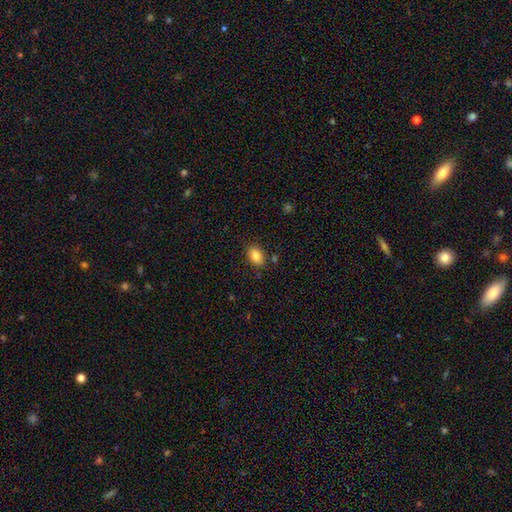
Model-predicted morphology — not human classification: A smooth galaxy with no disk features (85%) that is in between round and cigar-shaped (82%).

Vote fractions:
- Smooth or featured? smooth: 85% / star or artifact: 9% / featured or disk: 7%
- How rounded? in between: 82% / round: 17% / cigar-shaped: 1%
- Merging? none: 83% / minor disturbance: 11% / merger: 3% / major disturbance: 3%